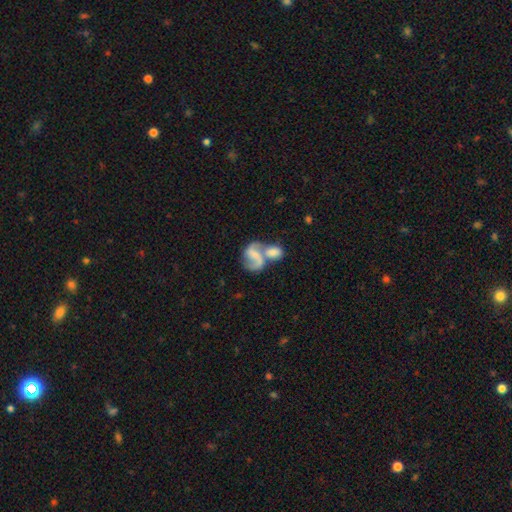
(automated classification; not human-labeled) smooth_or_featured: featured or disk (p=0.71) [alt: smooth p=0.22]
disk_edge_on: no (p=0.97) [alt: yes p=0.03]
bar: weak (p=0.42) [alt: no p=0.35]
has_spiral_arms: yes (p=0.87) [alt: no p=0.13]
spiral_winding: loose (p=0.51) [alt: medium p=0.39]
spiral_arm_count: 2 (p=0.86) [alt: 1 p=0.07]
bulge_size: small (p=0.41) [alt: none p=0.27]
merging: merger (p=0.63) [alt: none p=0.21]